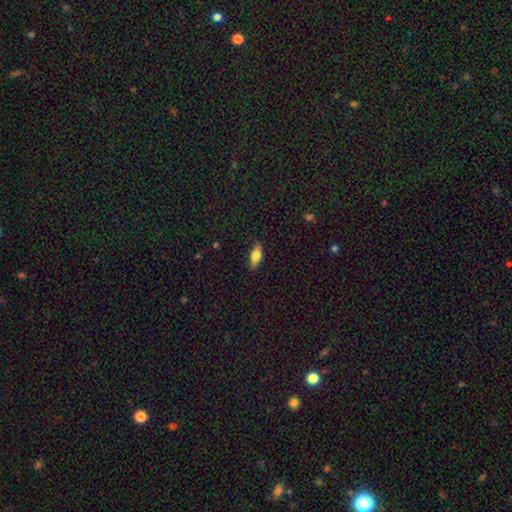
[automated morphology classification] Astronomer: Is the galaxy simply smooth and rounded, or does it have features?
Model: smooth — 75%.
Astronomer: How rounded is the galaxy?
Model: in between — 79%.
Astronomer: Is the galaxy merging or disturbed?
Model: none — 87%.